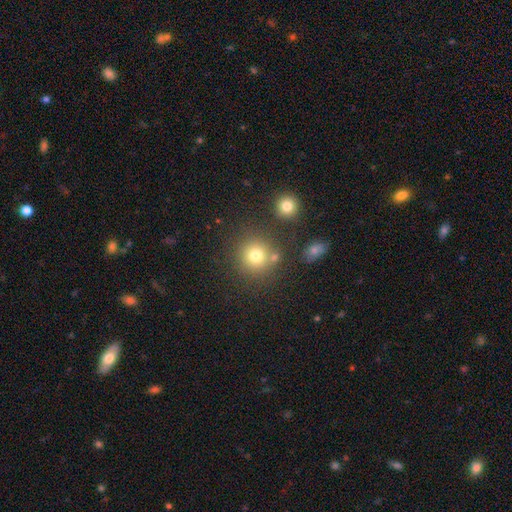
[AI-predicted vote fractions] Smooth or featured? Predicted: smooth (p=0.77). How rounded? Predicted: round (p=0.92). Merging? Predicted: none (p=0.76).